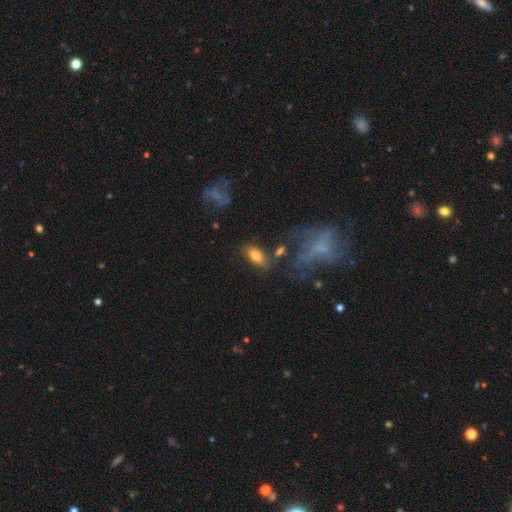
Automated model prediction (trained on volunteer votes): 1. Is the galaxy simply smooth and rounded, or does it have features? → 74% smooth, 17% featured or disk, 9% star or artifact.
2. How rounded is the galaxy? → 84% in between, 12% cigar-shaped, 4% round.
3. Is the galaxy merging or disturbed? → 69% none, 15% minor disturbance, 9% merger, 6% major disturbance.